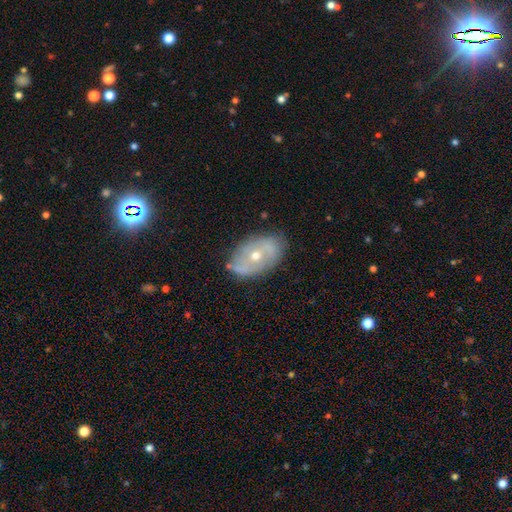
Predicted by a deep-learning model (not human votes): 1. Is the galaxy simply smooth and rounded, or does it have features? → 62% featured or disk, 29% smooth, 9% star or artifact.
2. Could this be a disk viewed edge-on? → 92% no, 8% yes.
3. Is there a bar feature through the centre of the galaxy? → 72% no, 21% weak, 7% strong.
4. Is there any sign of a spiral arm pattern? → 52% yes, 48% no.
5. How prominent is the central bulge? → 55% moderate, 42% small, 2% large, 1% none, 1% dominant.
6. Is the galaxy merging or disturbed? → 75% none, 18% minor disturbance, 5% major disturbance, 2% merger.